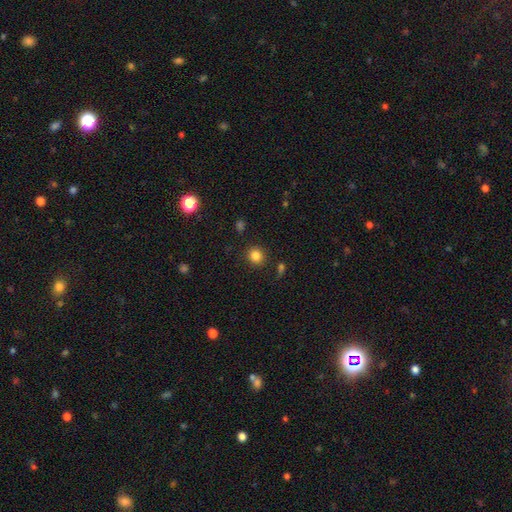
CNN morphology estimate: This is clearly a smooth galaxy (83%). How rounded: clearly round (84%). Merging: clearly none (87%).